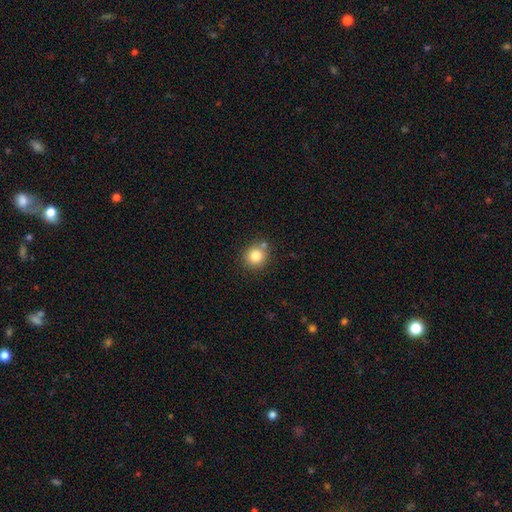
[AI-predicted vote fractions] Overall: smooth (82%). How rounded: round (89%). Merging: none (78%).